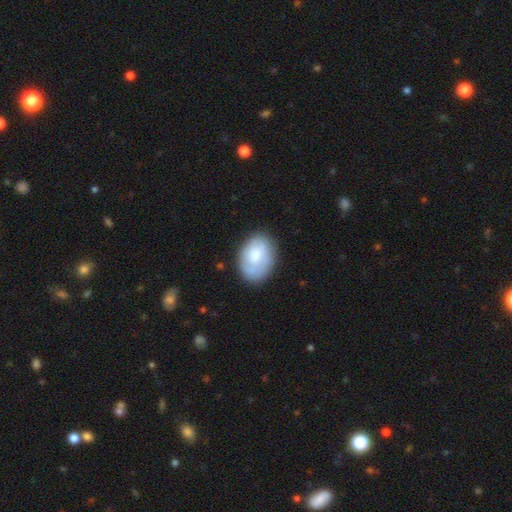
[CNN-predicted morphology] Smooth or featured? Predicted: smooth (p=0.70). How rounded? Predicted: in between (p=0.83). Merging? Predicted: none (p=0.71).